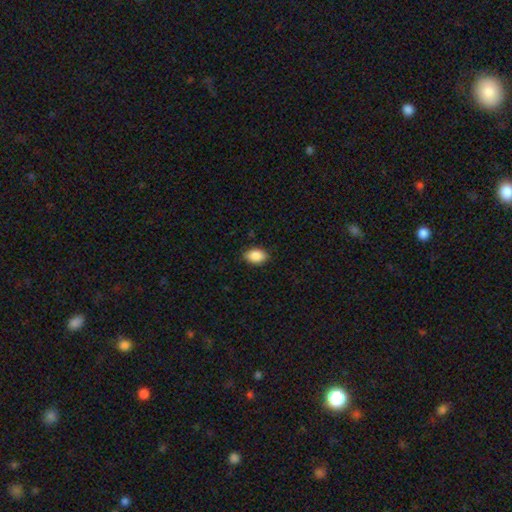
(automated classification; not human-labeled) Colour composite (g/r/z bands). It shows a smooth galaxy with no disk features (89%) that is in between round and cigar-shaped (87%). Merging: none (87%).